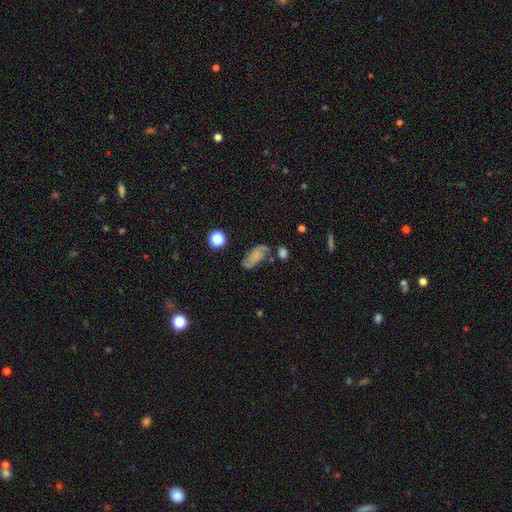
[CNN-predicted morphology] type=featured or disk (53%); edge-on=no (94%); merging=none (60%).